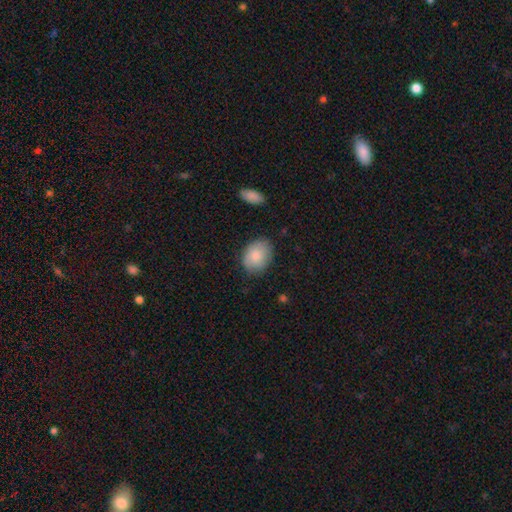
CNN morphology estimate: This appears to be a smooth galaxy with no disk features (83%) that is in between round and cigar-shaped (69%). Merging: none (78%).